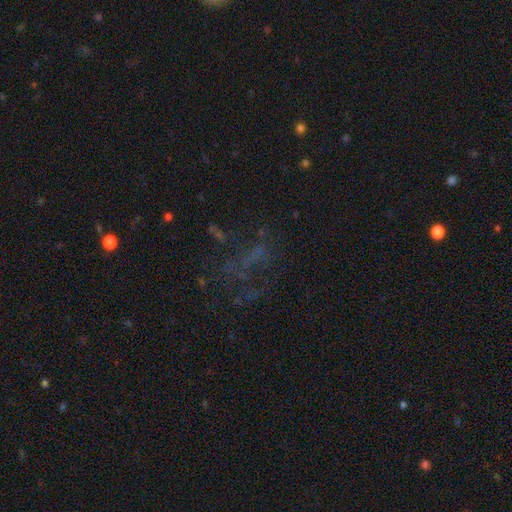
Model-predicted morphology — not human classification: Smooth or featured? Predicted: star or artifact (p=0.45).